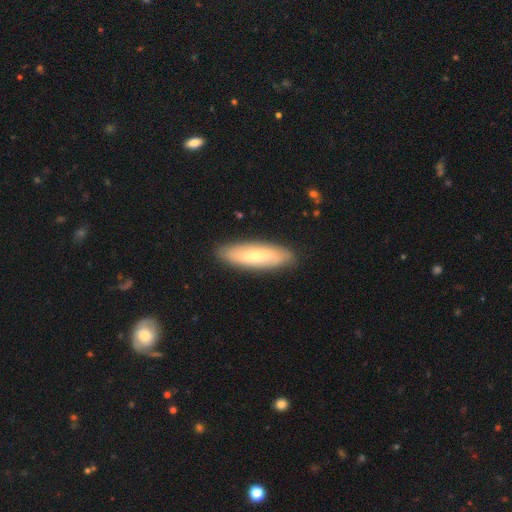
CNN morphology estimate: Smooth or featured? Predicted: smooth (p=0.49). Merging? Predicted: none (p=0.86).